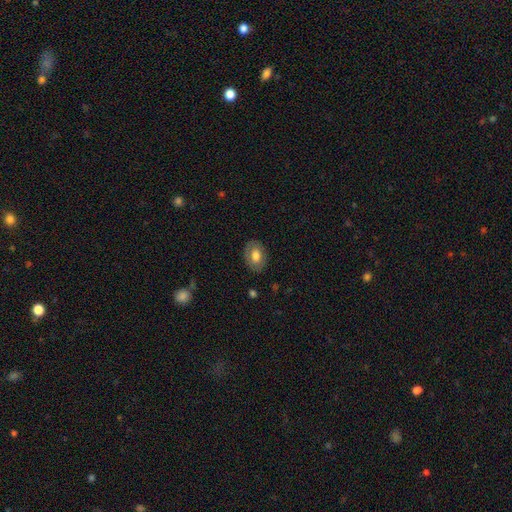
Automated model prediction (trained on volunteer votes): A smooth galaxy with no disk features (71%) that is in between round and cigar-shaped (75%).

Vote fractions:
- Smooth or featured? smooth: 71% / featured or disk: 22% / star or artifact: 7%
- How rounded? in between: 75% / round: 24% / cigar-shaped: 1%
- Merging? none: 83% / minor disturbance: 12% / major disturbance: 3% / merger: 1%